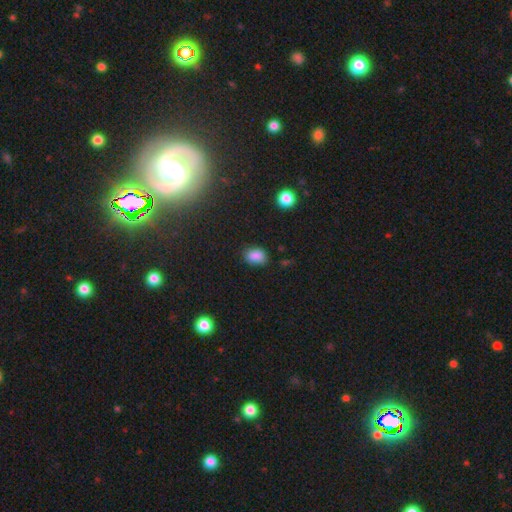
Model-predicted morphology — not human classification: Overall: smooth (85%). How rounded: in between (77%). Merging: none (76%).